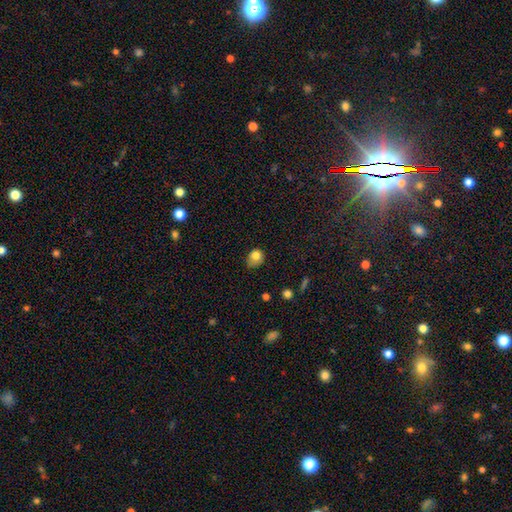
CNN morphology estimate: Smooth or featured?
  - smooth: 79% *
  - star or artifact: 11%
  - featured or disk: 10%
How rounded?
  - round: 60% *
  - in between: 40%
  - cigar-shaped: 1%
Merging?
  - none: 49% *
  - minor disturbance: 36%
  - major disturbance: 12%
  - merger: 2%